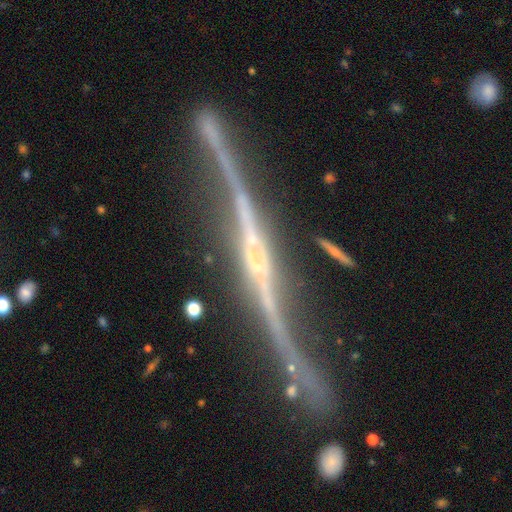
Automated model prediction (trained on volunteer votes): This is clearly a featured or disk galaxy (89%). It is clearly viewed edge-on (87%). Edge-on bulge: possibly rounded (45%). Merging: possibly none (51%).